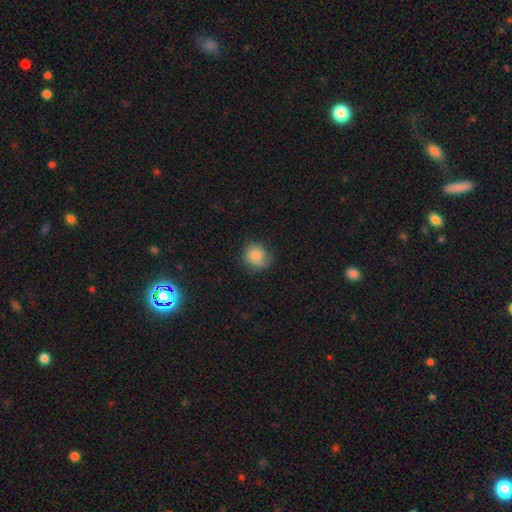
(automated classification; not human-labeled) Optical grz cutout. It shows a smooth galaxy with no disk features (78%) that is round (79%). Merging: none (67%).